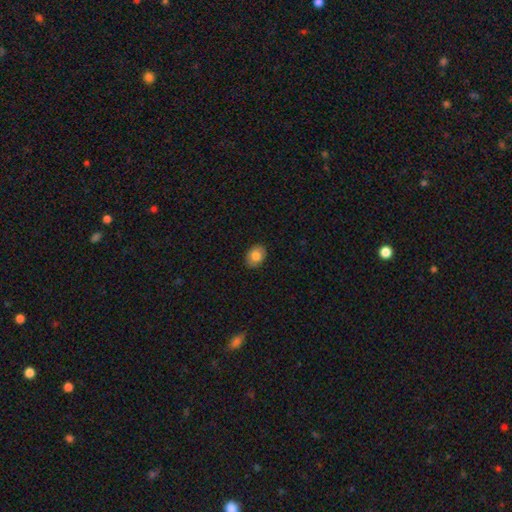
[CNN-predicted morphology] Q: Smooth or featured?
A: smooth (82%); runner-up: featured or disk (11%)
Q: How rounded?
A: in between (68%); runner-up: round (31%)
Q: Merging?
A: none (87%); runner-up: minor disturbance (10%)